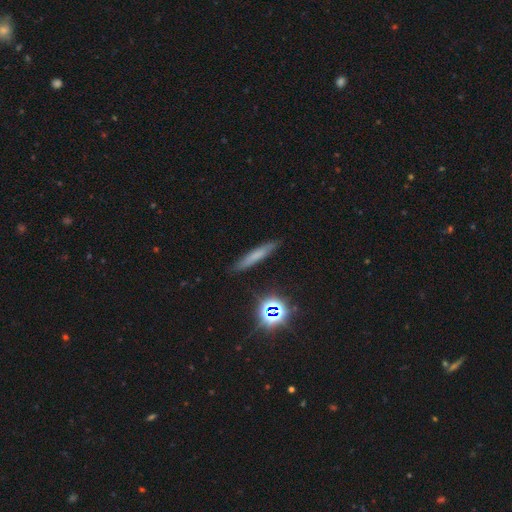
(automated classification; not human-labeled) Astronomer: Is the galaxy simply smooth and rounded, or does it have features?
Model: smooth — 61%.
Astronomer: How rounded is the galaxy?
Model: cigar-shaped — 91%.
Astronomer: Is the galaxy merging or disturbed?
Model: none — 87%.